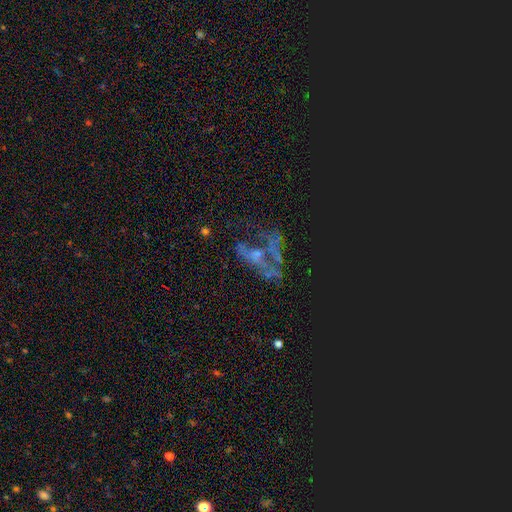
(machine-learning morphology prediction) This appears to be a featured or disk galaxy (55%) with no bar (87%), no spiral arms (81%) and no central bulge (49%). Merging: major disturbance (40%).